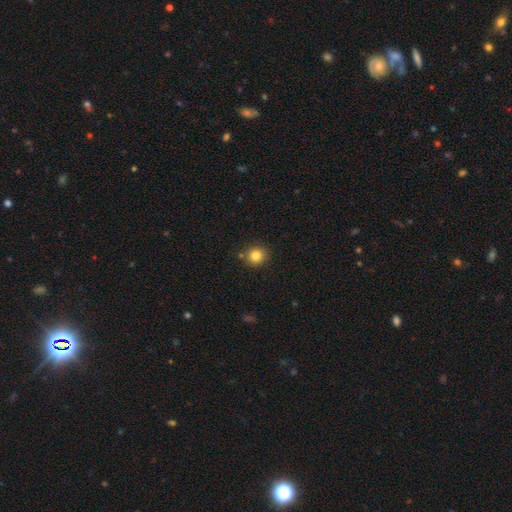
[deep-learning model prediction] Morphology: type=smooth (83%); roundness=round (88%); merging=none (83%).